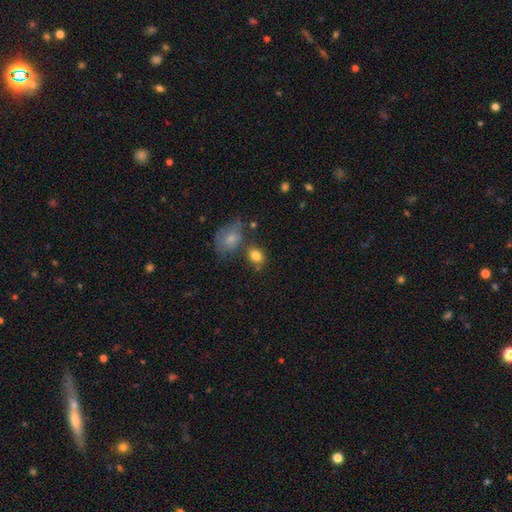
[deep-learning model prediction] smooth 83%, star or artifact 10%, featured or disk 8%. Down the decision tree: how rounded — round (54%); merging — none (64%).